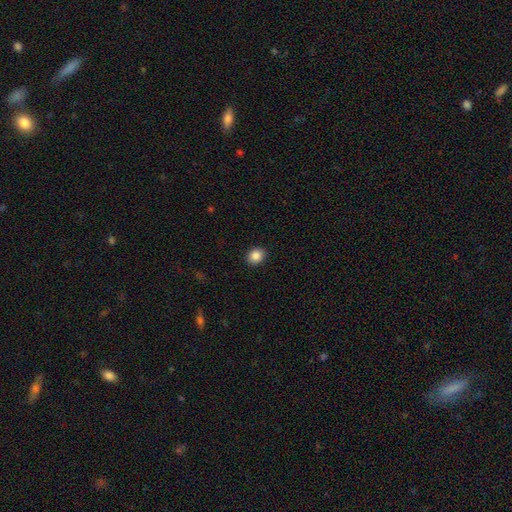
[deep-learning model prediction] smooth 87%, star or artifact 9%, featured or disk 4%. Down the decision tree: how rounded — round (57%); merging — none (90%).